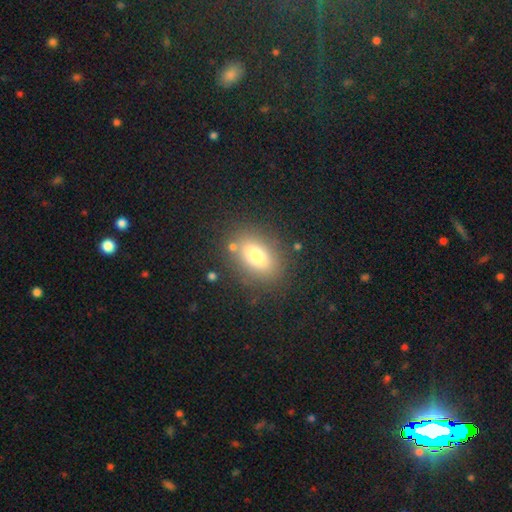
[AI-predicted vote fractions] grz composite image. It shows a smooth galaxy with no disk features (73%) that is in between round and cigar-shaped (77%). Merging: none (80%).